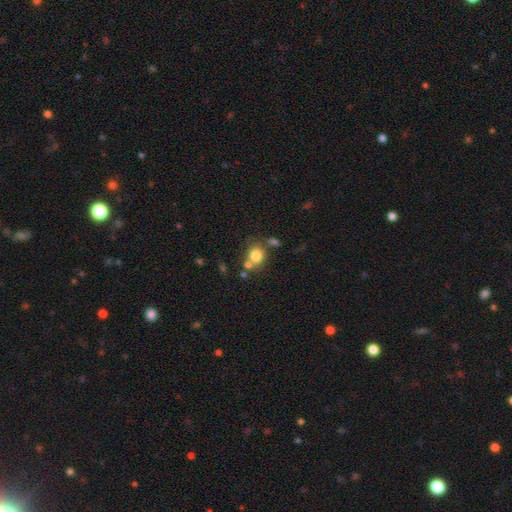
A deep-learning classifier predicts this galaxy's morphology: Q: Smooth or featured?
A: smooth (79%); runner-up: star or artifact (11%)
Q: How rounded?
A: round (69%); runner-up: in between (30%)
Q: Merging?
A: none (60%); runner-up: merger (22%)